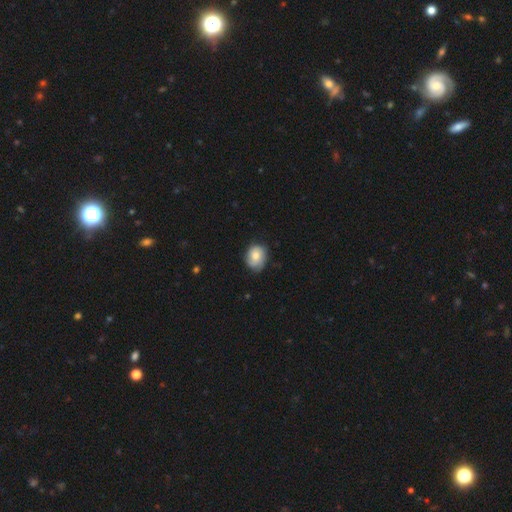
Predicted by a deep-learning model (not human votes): A smooth galaxy with no disk features (66%) that is round (53%).

Vote fractions:
- Smooth or featured? smooth: 66% / featured or disk: 27% / star or artifact: 7%
- How rounded? round: 53% / in between: 46% / cigar-shaped: 1%
- Merging? none: 64% / minor disturbance: 28% / major disturbance: 6% / merger: 1%